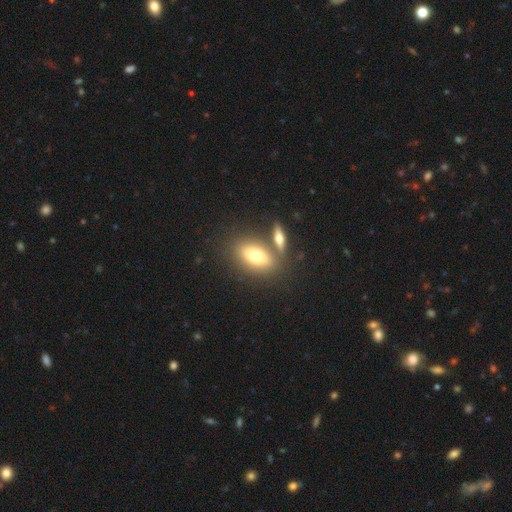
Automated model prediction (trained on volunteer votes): Smooth or featured? Predicted: smooth (p=0.69). How rounded? Predicted: in between (p=0.83). Merging? Predicted: none (p=0.59).